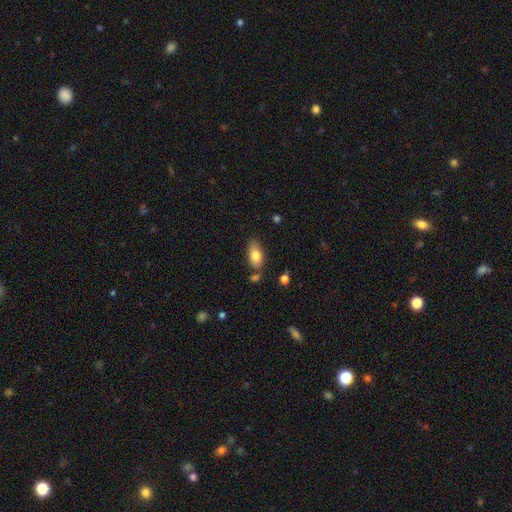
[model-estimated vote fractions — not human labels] This is likely a smooth galaxy (79%). How rounded: clearly in between (89%). Merging: likely none (71%).